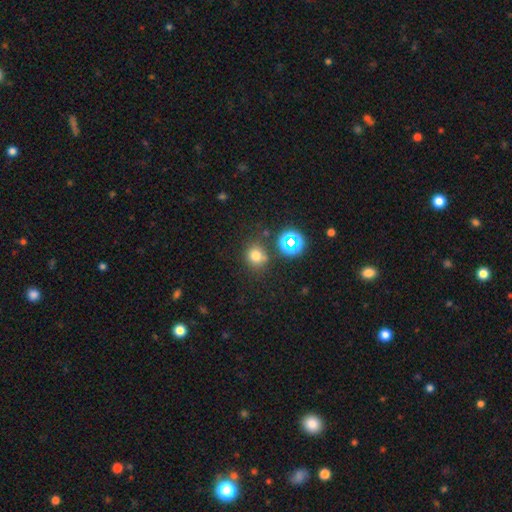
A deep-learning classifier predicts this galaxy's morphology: smooth_or_featured: smooth (p=0.71) [alt: star or artifact p=0.22]
how_rounded: round (p=0.83) [alt: in between p=0.16]
merging: none (p=0.74) [alt: minor disturbance p=0.12]